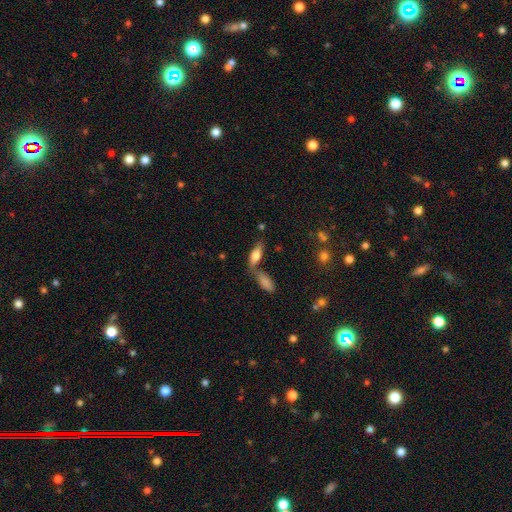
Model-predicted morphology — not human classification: Smooth or featured: smooth — 65% (featured or disk — 27%)
How rounded: in between — 63% (cigar-shaped — 34%)
Merging: none — 51% (merger — 30%)